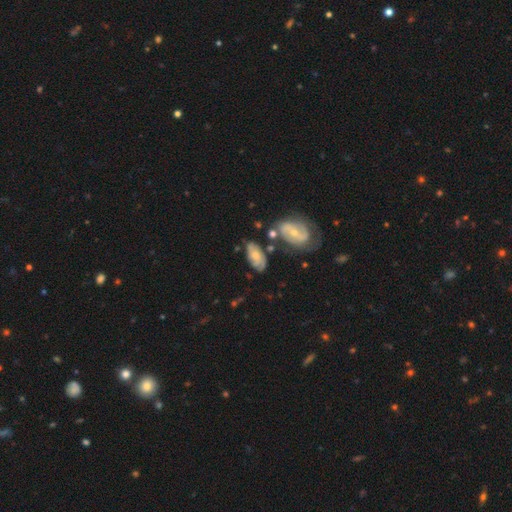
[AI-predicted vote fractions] Overall: featured or disk (58%; smooth 35%). Edge-on disk: no (94%). Bar: no (66%; weak 28%). Spiral arms: yes (82%). Bulge size: small (51%; moderate 33%). Merging: none (57%; minor disturbance 23%).